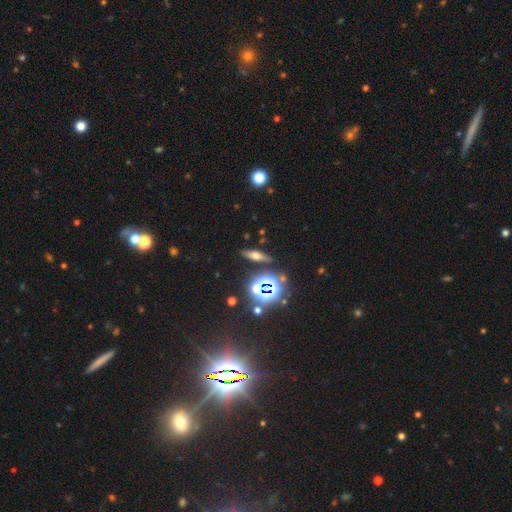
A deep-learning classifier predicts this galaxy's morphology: This appears to be a smooth galaxy with no disk features (39%). Merging: none (84%).